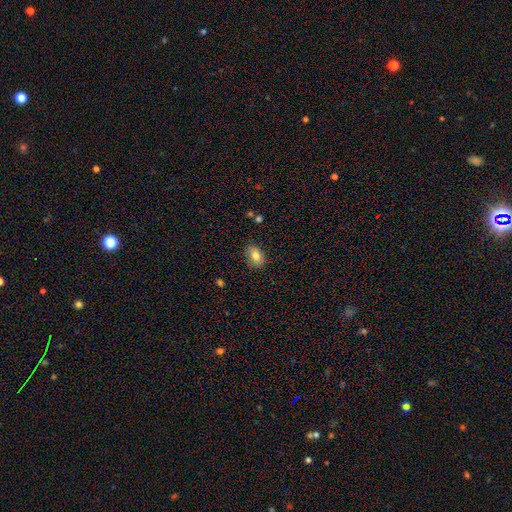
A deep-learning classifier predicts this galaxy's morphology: This appears to be a smooth galaxy with no disk features (81%) that is in between round and cigar-shaped (81%). Merging: none (80%).